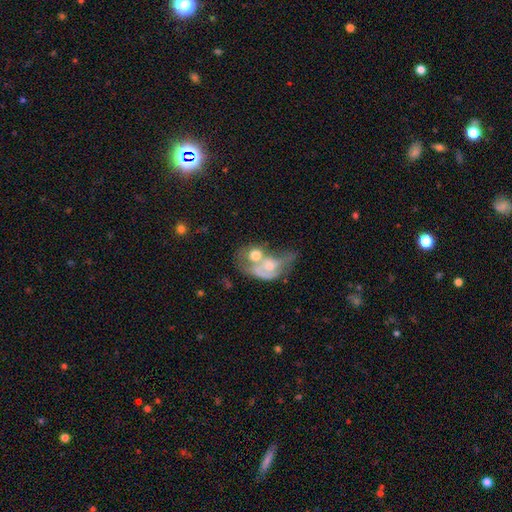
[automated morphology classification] Smooth or featured?
  - featured or disk: 48% *
  - smooth: 30%
  - star or artifact: 22%
Merging?
  - merger: 61% *
  - none: 18%
  - major disturbance: 11%
  - minor disturbance: 9%